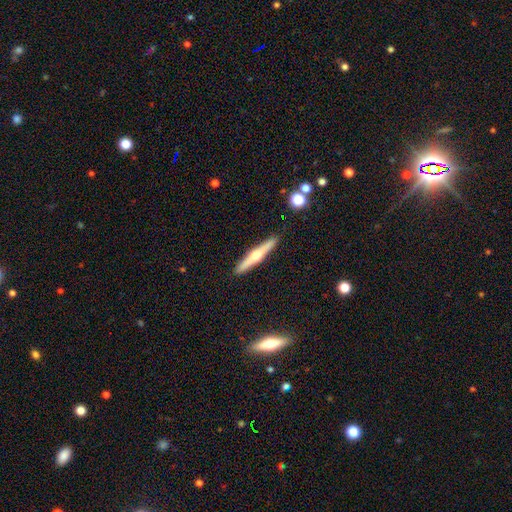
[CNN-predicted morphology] Smooth or featured? featured or disk (62%)
Edge-on disk? yes (97%)
Edge-on bulge? rounded (91%)
Merging? none (91%)